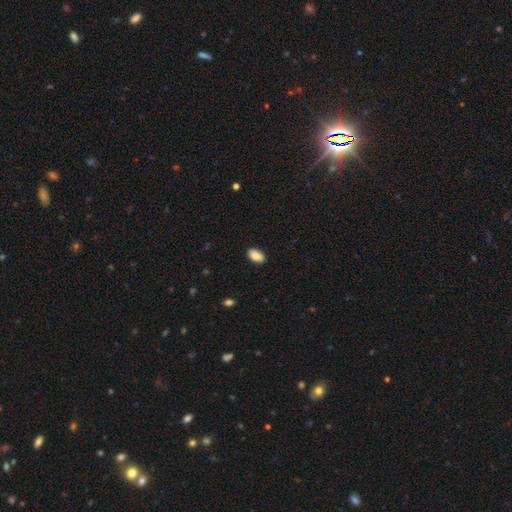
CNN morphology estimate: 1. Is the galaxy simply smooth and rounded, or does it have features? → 88% smooth, 7% star or artifact, 5% featured or disk.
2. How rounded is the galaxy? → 94% in between, 4% round, 2% cigar-shaped.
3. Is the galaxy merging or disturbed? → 89% none, 8% minor disturbance, 2% major disturbance, 1% merger.